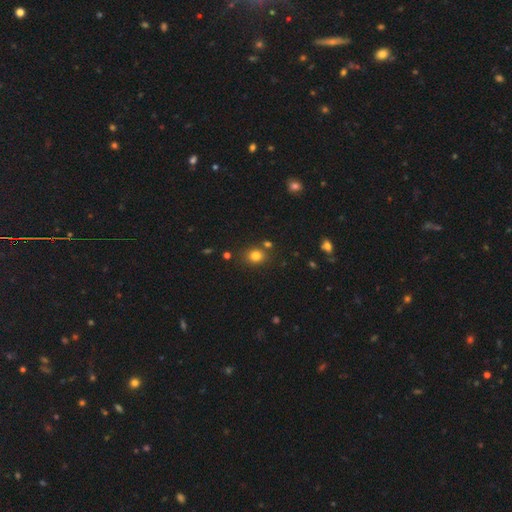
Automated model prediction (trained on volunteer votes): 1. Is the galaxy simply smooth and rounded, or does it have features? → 81% smooth, 13% star or artifact, 6% featured or disk.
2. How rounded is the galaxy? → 67% round, 32% in between, 1% cigar-shaped.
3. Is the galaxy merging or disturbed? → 78% none, 10% minor disturbance, 8% merger, 3% major disturbance.